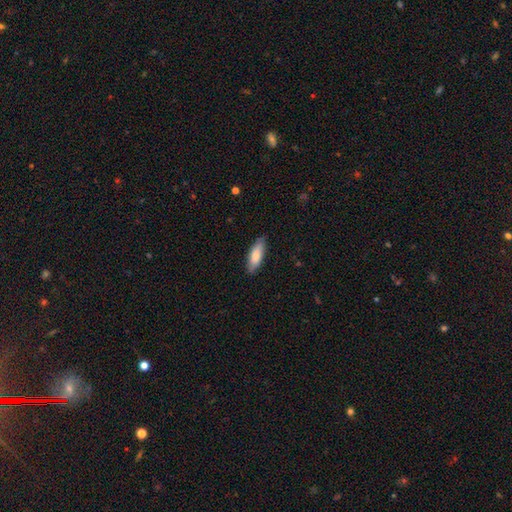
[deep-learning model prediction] Q: Smooth or featured?
A: smooth (78%); runner-up: featured or disk (17%)
Q: How rounded?
A: in between (62%); runner-up: cigar-shaped (37%)
Q: Merging?
A: none (82%); runner-up: minor disturbance (14%)